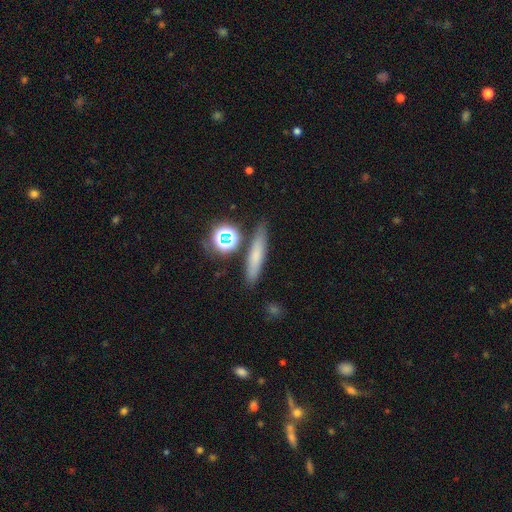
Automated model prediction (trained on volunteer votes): smooth_or_featured: smooth (p=0.64) [alt: featured or disk p=0.20]
how_rounded: cigar-shaped (p=0.79) [alt: in between p=0.13]
merging: none (p=0.83) [alt: minor disturbance p=0.09]